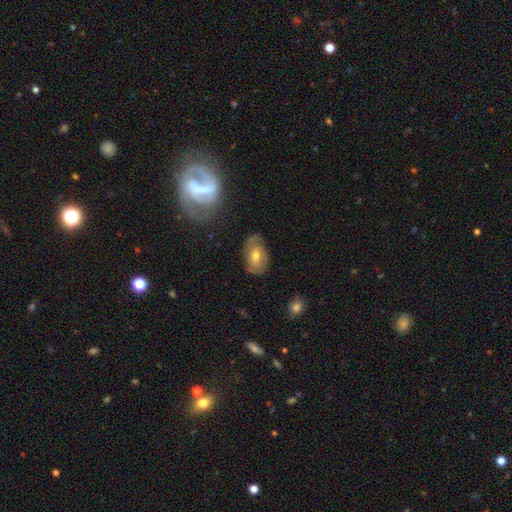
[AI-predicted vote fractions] featured or disk 48%, smooth 44%, star or artifact 8%. Down the decision tree: merging — none (63%).